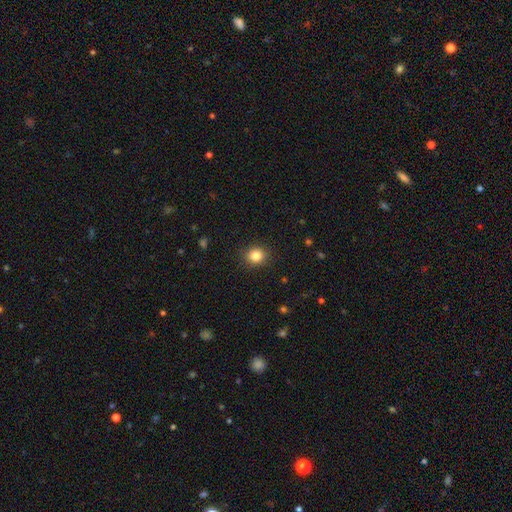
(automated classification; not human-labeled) The model was most divided on "how rounded": round: 83%, in between: 16%, cigar-shaped: 1%. More confident: merging — none (90%); smooth or featured — smooth (84%).